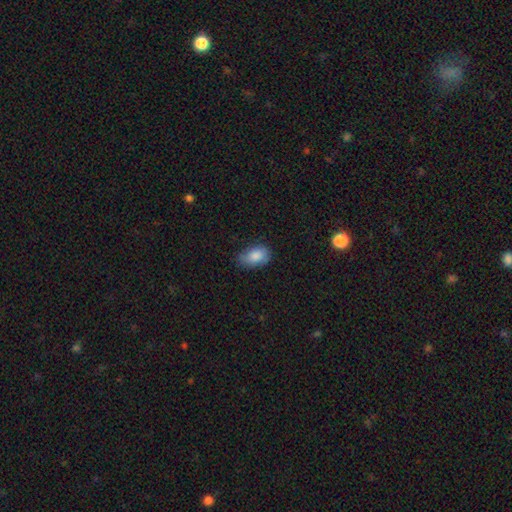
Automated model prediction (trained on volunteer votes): This appears to be a smooth galaxy with no disk features (84%) that is in between round and cigar-shaped (89%). Merging: none (69%).